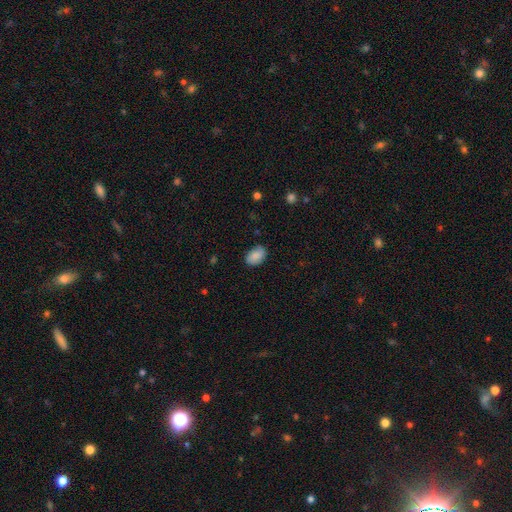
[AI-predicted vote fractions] This appears to be a smooth galaxy with no disk features (86%) that is in between round and cigar-shaped (89%). Merging: none (81%).